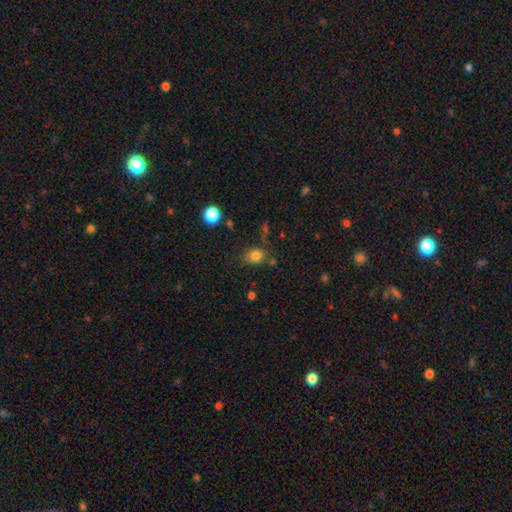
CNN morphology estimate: This is likely a smooth galaxy (79%). How rounded: possibly round (52%). Merging: likely none (69%).